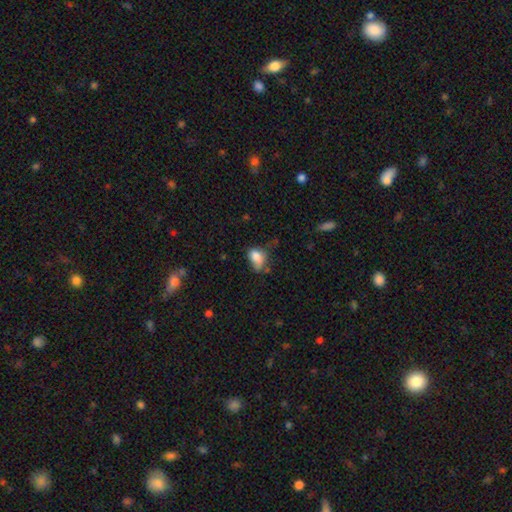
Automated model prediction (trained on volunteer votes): Morphology: type=smooth (80%); roundness=in between (80%); merging=minor disturbance (39%).